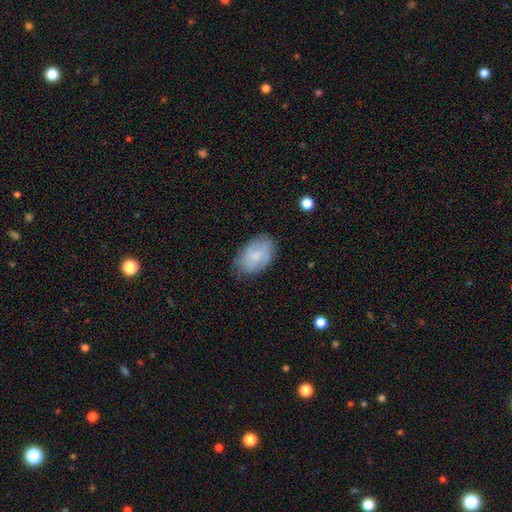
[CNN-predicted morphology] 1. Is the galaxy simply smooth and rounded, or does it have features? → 65% smooth, 28% featured or disk, 7% star or artifact.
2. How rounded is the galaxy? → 89% in between, 10% round, 1% cigar-shaped.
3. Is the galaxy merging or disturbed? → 72% none, 21% minor disturbance, 5% major disturbance, 1% merger.